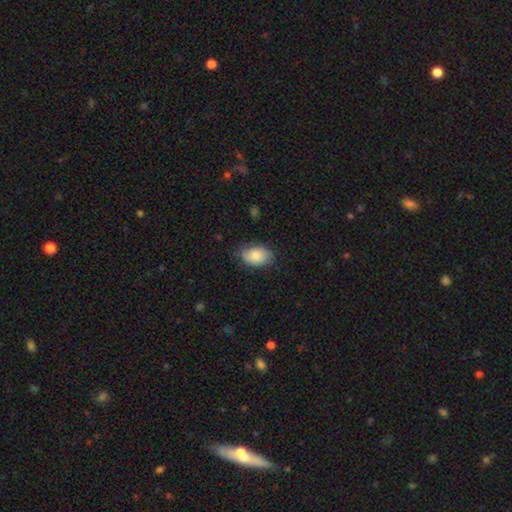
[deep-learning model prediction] smooth 80%, featured or disk 13%, star or artifact 7%. Down the decision tree: how rounded — in between (88%); merging — none (74%).